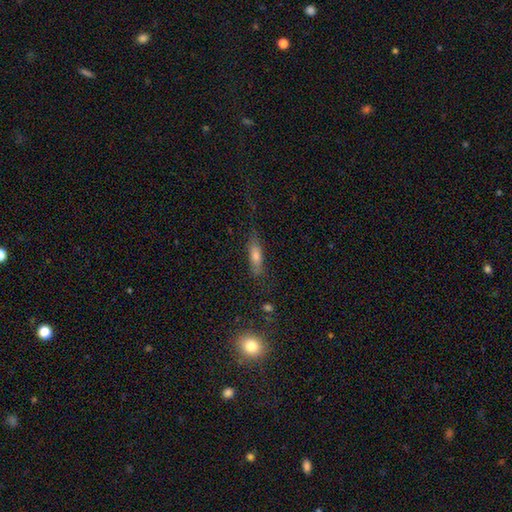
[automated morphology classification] Smooth or featured? smooth (62%)
How rounded? cigar-shaped (58%)
Merging? none (69%)